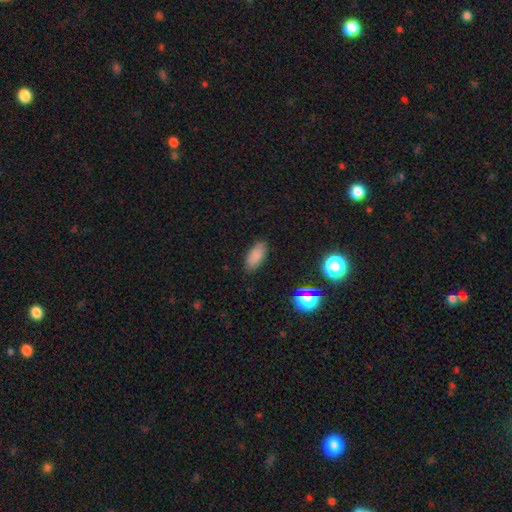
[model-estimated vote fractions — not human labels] Smooth or featured? Predicted: smooth (p=0.83). How rounded? Predicted: in between (p=0.86). Merging? Predicted: none (p=0.87).